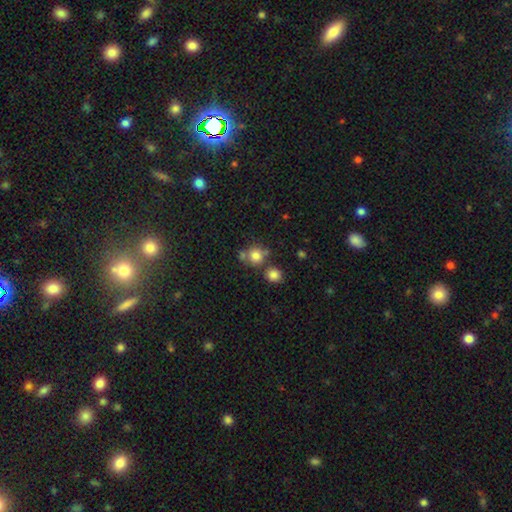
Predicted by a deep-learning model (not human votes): Morphology: type=smooth (78%); roundness=round (87%); merging=none (60%).